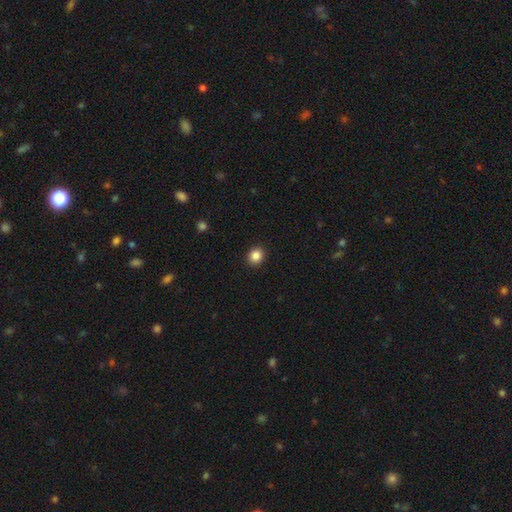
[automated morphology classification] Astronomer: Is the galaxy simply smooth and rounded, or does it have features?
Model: smooth — 86%.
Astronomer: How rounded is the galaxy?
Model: round — 79%.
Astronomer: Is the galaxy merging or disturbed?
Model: none — 92%.